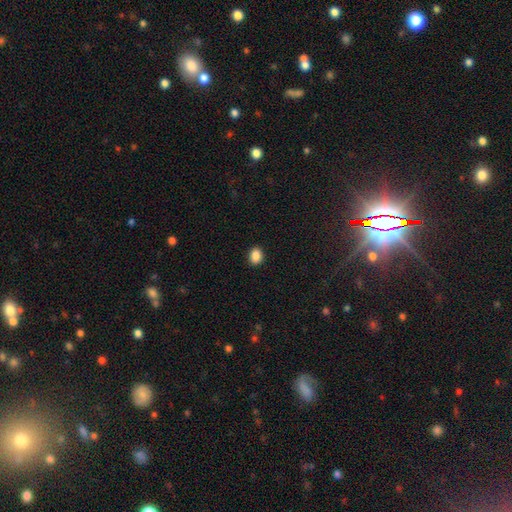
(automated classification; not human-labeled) smooth-or-featured: smooth: 88% | star or artifact: 9% | featured or disk: 3%
  how-rounded: in between: 57% | round: 42% | cigar-shaped: 1%
  merging: none: 91% | minor disturbance: 7% | major disturbance: 2% | merger: 1%